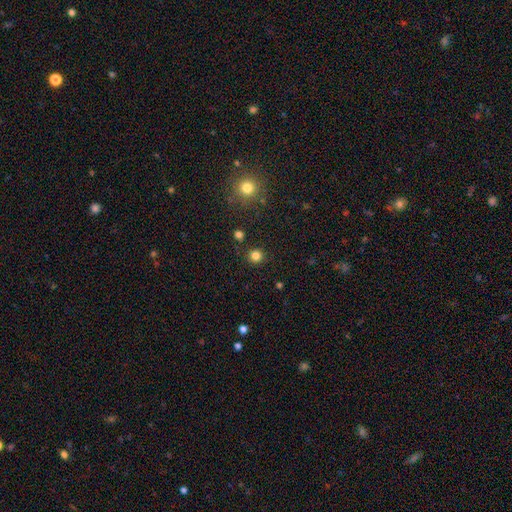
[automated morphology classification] Smooth or featured? Predicted: smooth (p=0.81). How rounded? Predicted: round (p=0.94). Merging? Predicted: none (p=0.90).